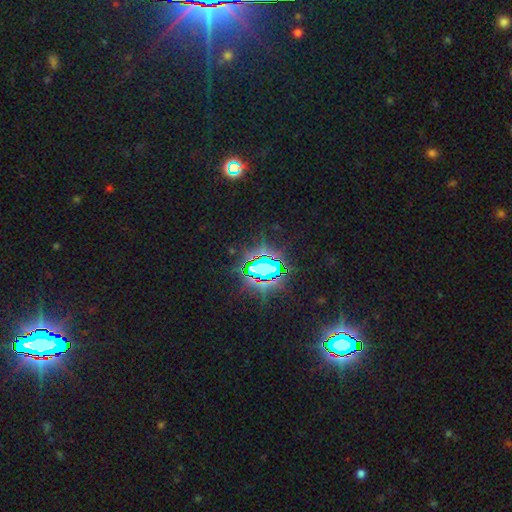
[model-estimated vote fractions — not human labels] Smooth or featured? star or artifact (83%)